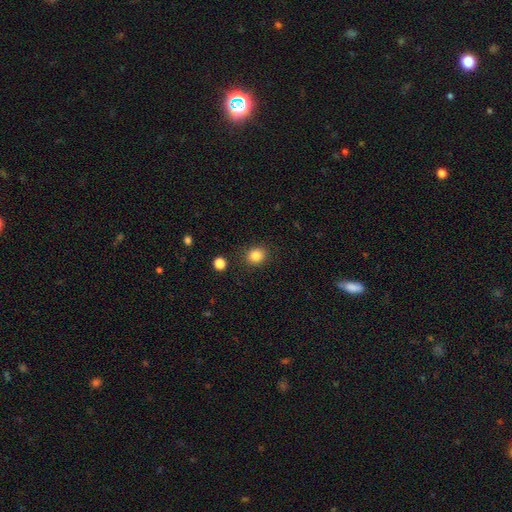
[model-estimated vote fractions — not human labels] This appears to be a smooth galaxy with no disk features (83%) that is round (75%). Merging: none (88%).